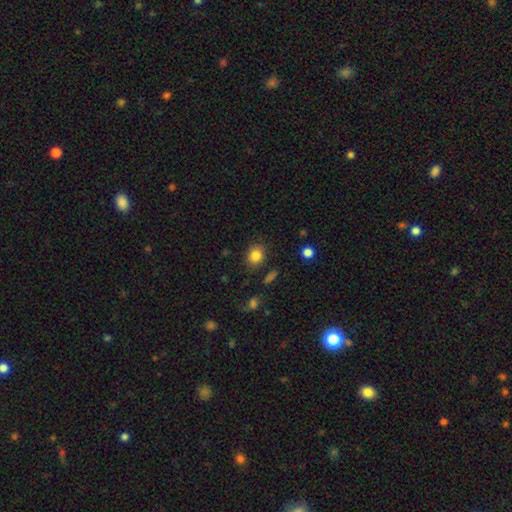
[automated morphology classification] This is clearly a smooth galaxy (83%). How rounded: possibly round (58%). Merging: clearly none (84%).